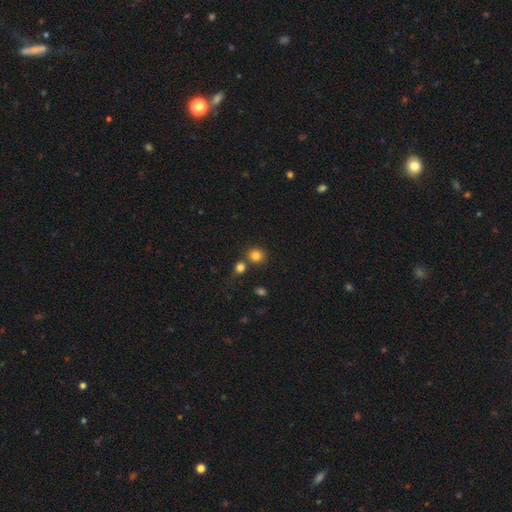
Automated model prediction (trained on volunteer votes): Overall: smooth (81%). How rounded: round (82%). Merging: none (69%).